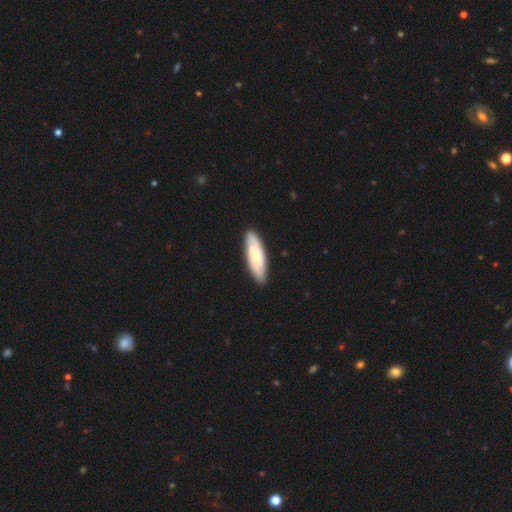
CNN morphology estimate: This appears to be a smooth galaxy with no disk features (65%) that is cigar-shaped (51%). Merging: none (88%).